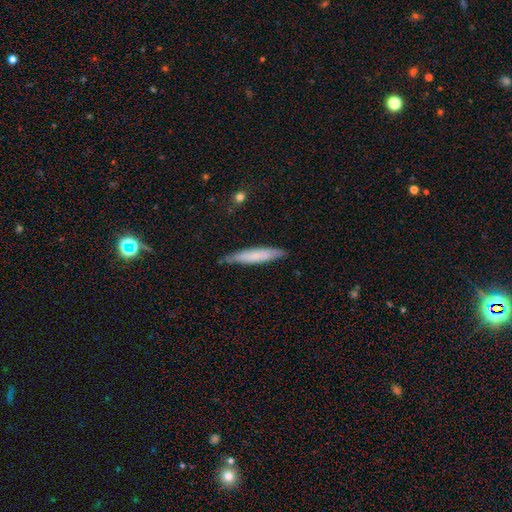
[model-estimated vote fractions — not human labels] A smooth galaxy with no disk features (66%) that is cigar-shaped (89%). Merging: none (78%).